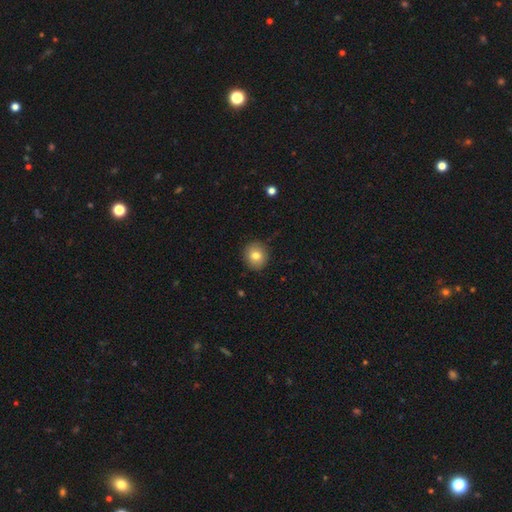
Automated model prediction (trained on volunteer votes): Smooth or featured? smooth (79%)
How rounded? round (83%)
Merging? none (88%)